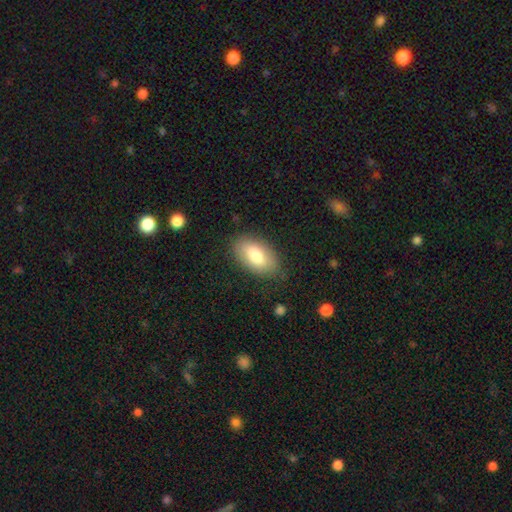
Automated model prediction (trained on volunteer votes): smooth 77%, featured or disk 17%, star or artifact 7%. Down the decision tree: how rounded — in between (93%); merging — none (81%).